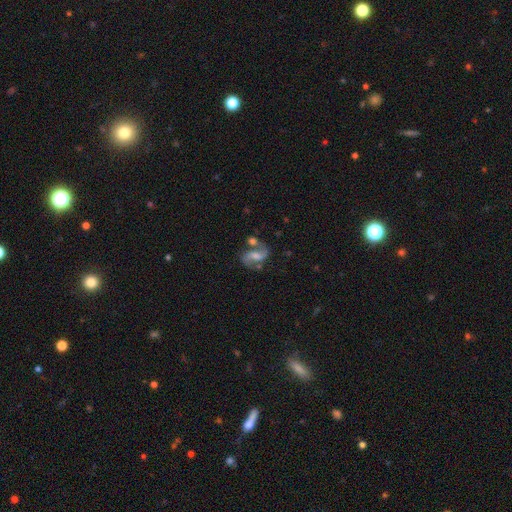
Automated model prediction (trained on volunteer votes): Smooth or featured: featured or disk — 79% (smooth — 13%)
Edge-on disk: no — 97% (yes — 3%)
Bar: weak — 45% (no — 31%)
Spiral arms: yes — 94% (no — 6%)
Spiral winding: medium — 45% (tied with loose — 45%)
Spiral arm count: 2 — 91% (1 — 3%)
Bulge size: moderate — 41% (small — 29%)
Merging: none — 57% (merger — 19%)